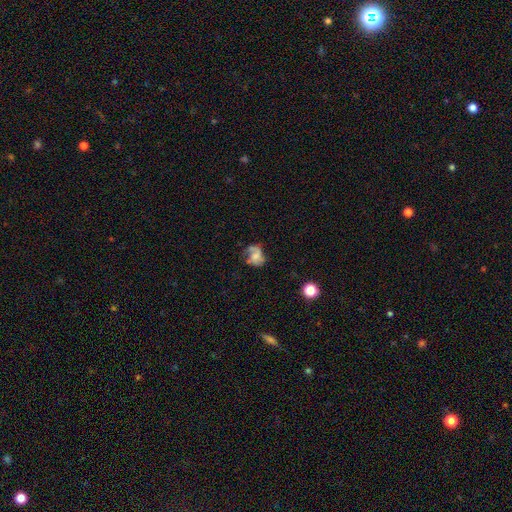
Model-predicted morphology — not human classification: This is possibly a featured or disk galaxy (54%). It is clearly not viewed edge-on (98%). Bar: likely no (68%). Spiral arm pattern: likely yes (80%). Central bulge: marginally small (35%). Merging: marginally none (42%).